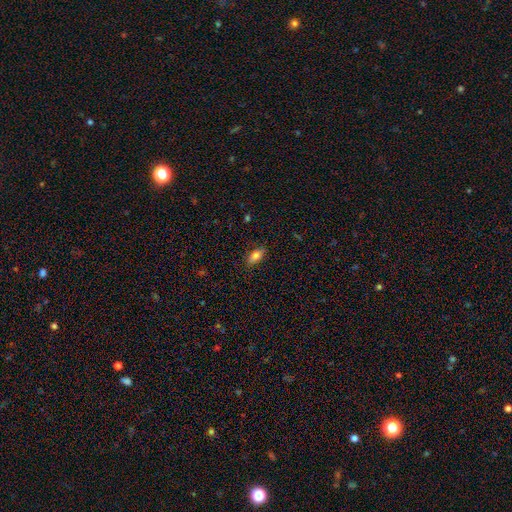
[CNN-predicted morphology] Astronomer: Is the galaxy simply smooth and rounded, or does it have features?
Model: smooth — 78%.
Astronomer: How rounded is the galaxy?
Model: in between — 83%.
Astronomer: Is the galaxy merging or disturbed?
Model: none — 86%.